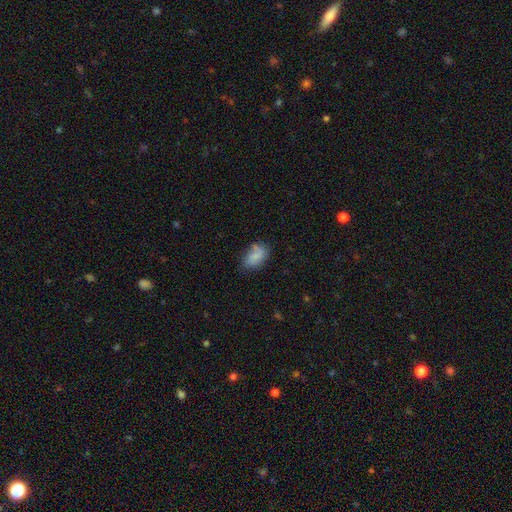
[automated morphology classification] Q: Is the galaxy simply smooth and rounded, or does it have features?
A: smooth — 81%.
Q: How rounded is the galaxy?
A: in between — 91%.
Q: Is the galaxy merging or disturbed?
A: none — 63%.